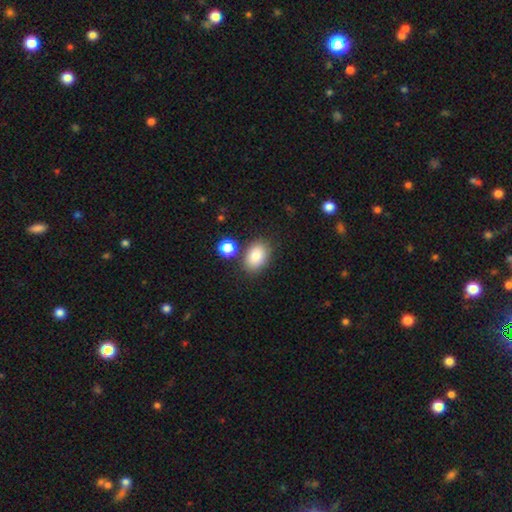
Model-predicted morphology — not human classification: smooth 84%, star or artifact 8%, featured or disk 7%. Down the decision tree: how rounded — in between (83%); merging — none (77%).